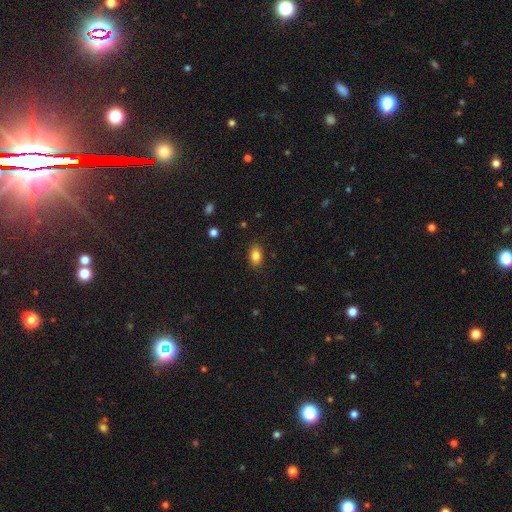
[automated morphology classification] smooth 85%, star or artifact 9%, featured or disk 6%. Down the decision tree: how rounded — in between (87%); merging — none (86%).